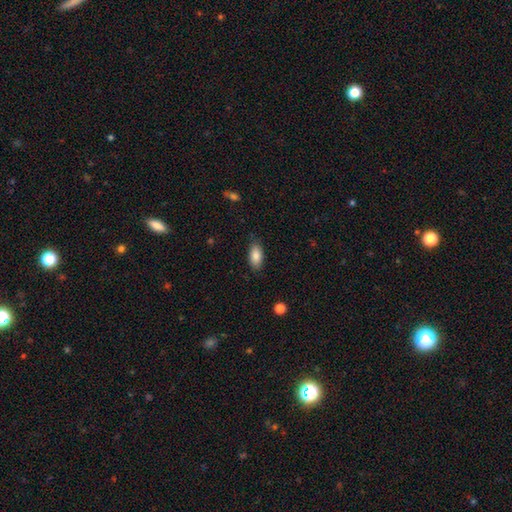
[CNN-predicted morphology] The model was most divided on "merging": none: 84%, minor disturbance: 12%, major disturbance: 3%, merger: 1%. More confident: how rounded — in between (90%); smooth or featured — smooth (85%).